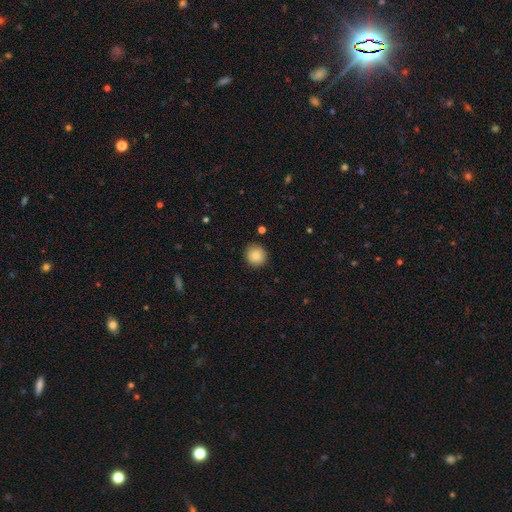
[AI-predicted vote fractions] The model was most divided on "smooth or featured": smooth: 87%, star or artifact: 9%, featured or disk: 4%. More confident: how rounded — round (93%); merging — none (90%).